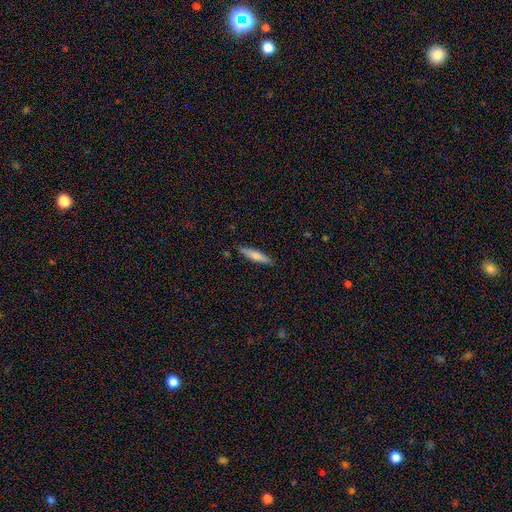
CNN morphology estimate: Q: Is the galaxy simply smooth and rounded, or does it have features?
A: smooth — 73%.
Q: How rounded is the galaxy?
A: cigar-shaped — 83%.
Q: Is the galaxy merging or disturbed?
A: none — 88%.